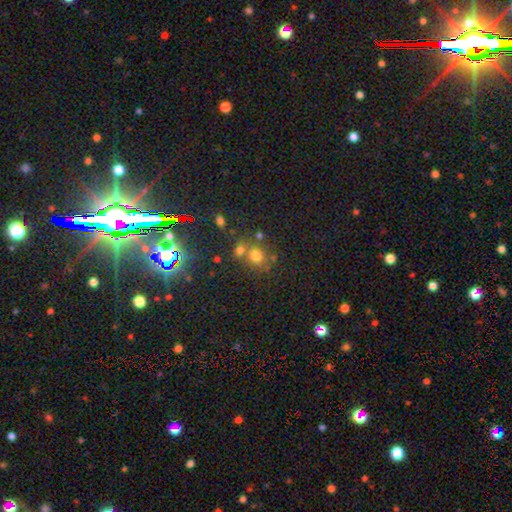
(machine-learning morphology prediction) A smooth galaxy with no disk features (69%) that is round (74%).

Vote fractions:
- Smooth or featured? smooth: 69% / star or artifact: 21% / featured or disk: 10%
- How rounded? round: 74% / in between: 25% / cigar-shaped: 1%
- Merging? none: 54% / merger: 30% / minor disturbance: 11% / major disturbance: 5%